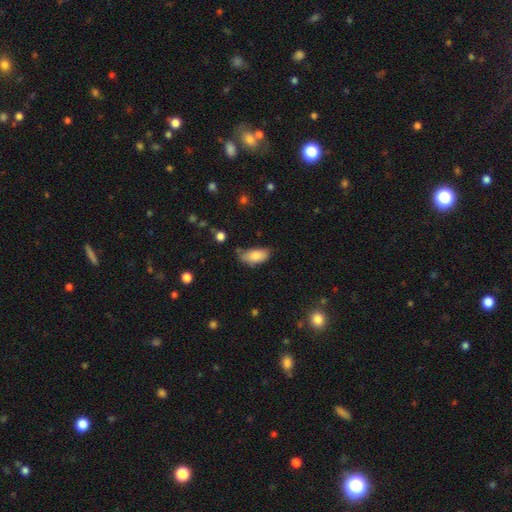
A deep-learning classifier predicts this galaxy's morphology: smooth-or-featured: smooth: 83% | featured or disk: 10% | star or artifact: 7%
  how-rounded: in between: 91% | cigar-shaped: 6% | round: 3%
  merging: none: 60% | minor disturbance: 30% | major disturbance: 6% | merger: 4%